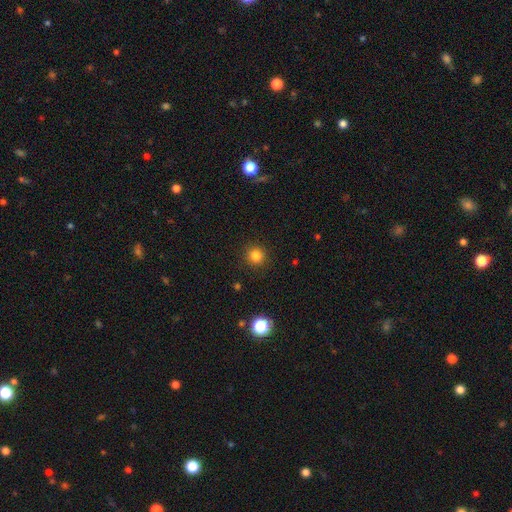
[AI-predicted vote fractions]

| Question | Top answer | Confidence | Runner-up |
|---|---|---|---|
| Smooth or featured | smooth | 82% | star or artifact (13%) |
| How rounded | round | 94% | in between (5%) |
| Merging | none | 91% | minor disturbance (6%) |